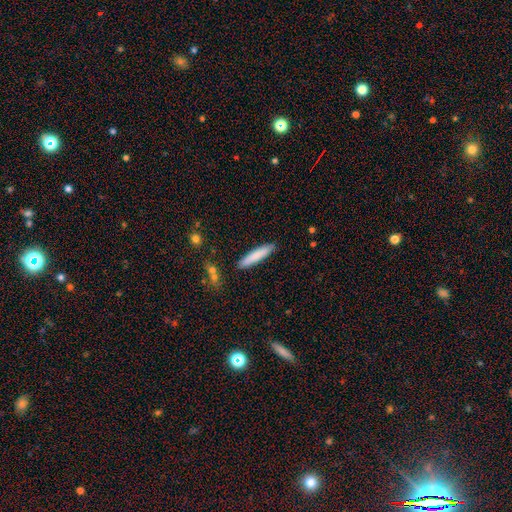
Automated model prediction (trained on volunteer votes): This is clearly a smooth galaxy (80%). How rounded: clearly cigar-shaped (89%). Merging: clearly none (88%).